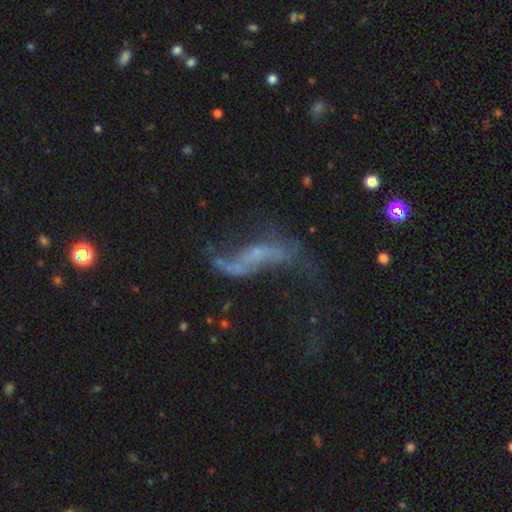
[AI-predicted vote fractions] Smooth or featured?
  - featured or disk: 73% *
  - smooth: 14%
  - star or artifact: 13%
Edge-on disk?
  - no: 85% *
  - yes: 15%
Bar?
  - no: 54% *
  - weak: 27%
  - strong: 18%
Spiral arms?
  - yes: 72% *
  - no: 28%
Bulge size?
  - small: 53% *
  - none: 35%
  - moderate: 9%
  - large: 2%
  - dominant: 1%
Merging?
  - none: 38% *
  - major disturbance: 35%
  - minor disturbance: 17%
  - merger: 9%